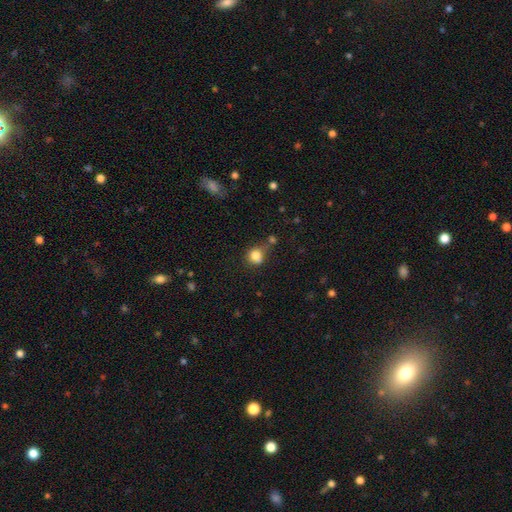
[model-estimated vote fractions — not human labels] Smooth or featured?
  - smooth: 83% *
  - star or artifact: 11%
  - featured or disk: 6%
How rounded?
  - round: 77% *
  - in between: 22%
  - cigar-shaped: 1%
Merging?
  - none: 57% *
  - minor disturbance: 22%
  - merger: 13%
  - major disturbance: 8%